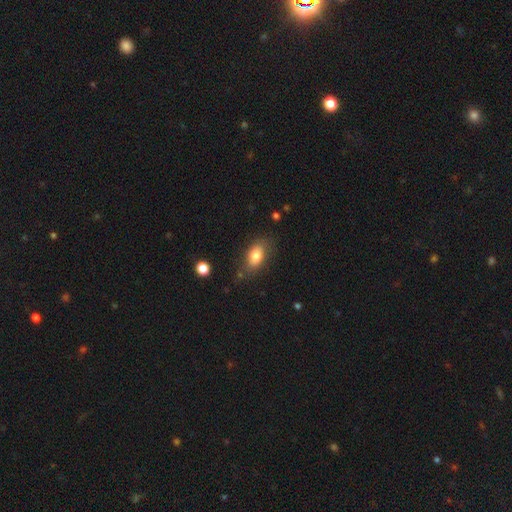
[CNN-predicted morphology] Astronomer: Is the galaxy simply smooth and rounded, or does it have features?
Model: smooth — 77%.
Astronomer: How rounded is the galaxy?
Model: in between — 86%.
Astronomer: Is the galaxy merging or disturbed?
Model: none — 71%.